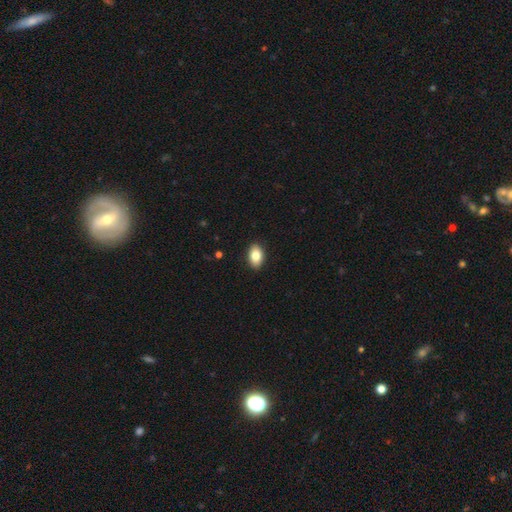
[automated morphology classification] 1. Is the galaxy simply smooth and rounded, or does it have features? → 83% smooth, 10% featured or disk, 8% star or artifact.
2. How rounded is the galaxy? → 89% in between, 10% round, 1% cigar-shaped.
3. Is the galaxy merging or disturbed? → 90% none, 7% minor disturbance, 2% major disturbance, 1% merger.